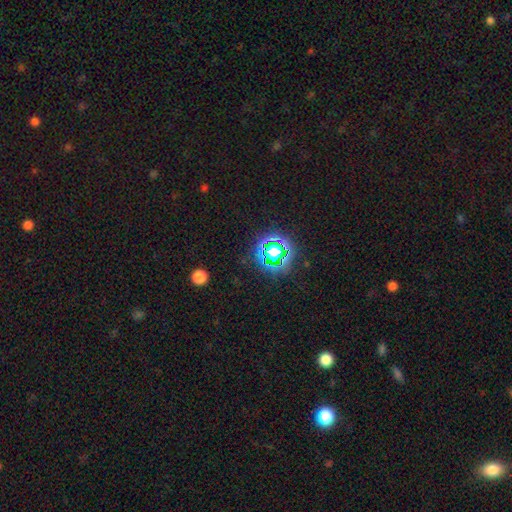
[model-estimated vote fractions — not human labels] The model was most divided on "smooth or featured": star or artifact: 78%, smooth: 16%, featured or disk: 6%.